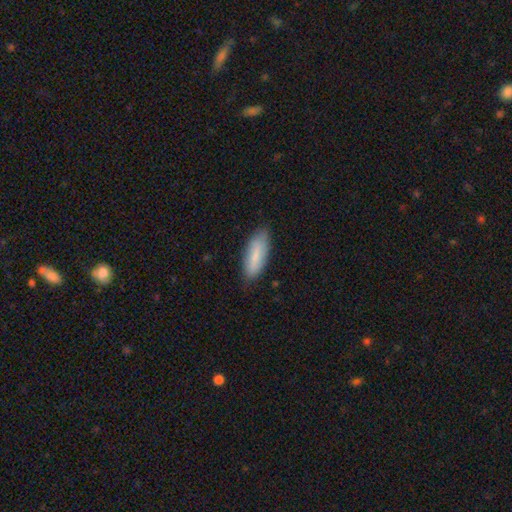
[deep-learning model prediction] A smooth galaxy with no disk features (78%) that is in between round and cigar-shaped (64%). Merging: none (81%).